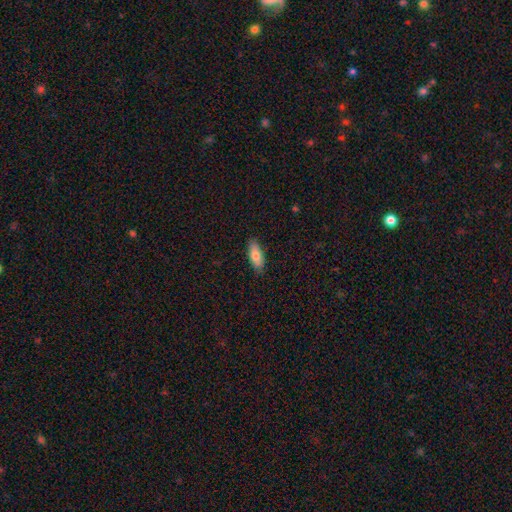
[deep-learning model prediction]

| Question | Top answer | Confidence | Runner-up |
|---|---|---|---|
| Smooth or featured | smooth | 76% | featured or disk (18%) |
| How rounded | in between | 77% | cigar-shaped (21%) |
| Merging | none | 87% | minor disturbance (10%) |